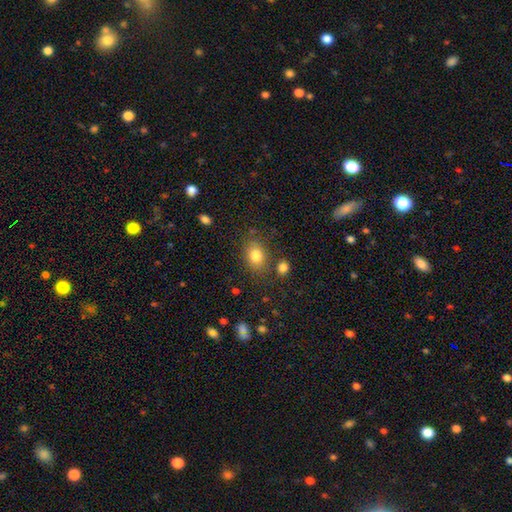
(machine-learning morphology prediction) Smooth or featured?
  - smooth: 82% *
  - star or artifact: 10%
  - featured or disk: 8%
How rounded?
  - in between: 65% *
  - round: 34%
  - cigar-shaped: 1%
Merging?
  - none: 74% *
  - minor disturbance: 14%
  - merger: 7%
  - major disturbance: 5%